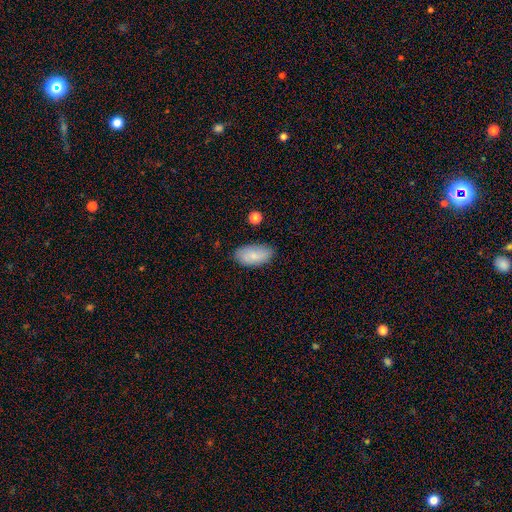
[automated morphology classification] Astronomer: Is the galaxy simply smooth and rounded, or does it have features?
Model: smooth — 82%.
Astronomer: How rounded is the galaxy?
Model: in between — 95%.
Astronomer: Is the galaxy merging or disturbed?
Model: none — 79%.